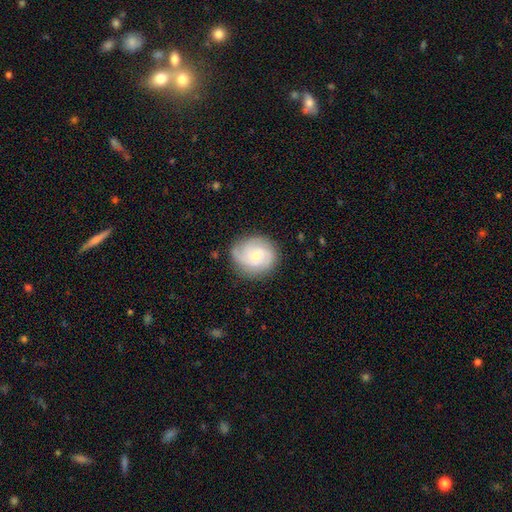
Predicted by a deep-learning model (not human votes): smooth_or_featured: featured or disk (p=0.68) [alt: smooth p=0.25]
disk_edge_on: no (p=0.97) [alt: yes p=0.03]
bar: no (p=0.69) [alt: weak p=0.27]
has_spiral_arms: yes (p=0.93) [alt: no p=0.07]
spiral_winding: tight (p=0.52) [alt: medium p=0.36]
spiral_arm_count: 3 (p=0.38) [alt: 2 p=0.22]
bulge_size: moderate (p=0.50) [alt: small p=0.46]
merging: none (p=0.79) [alt: minor disturbance p=0.15]